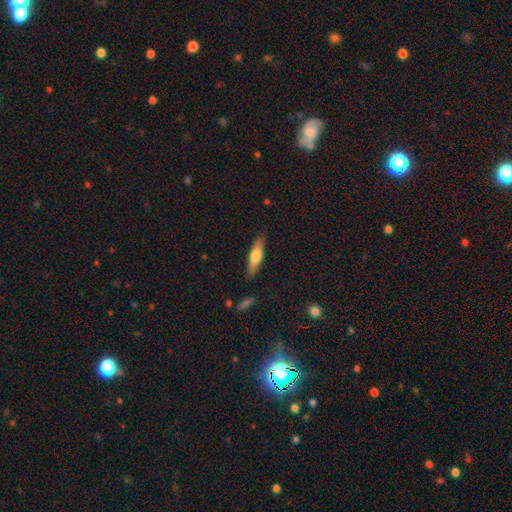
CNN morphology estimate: The model was most divided on "smooth or featured": smooth: 59%, featured or disk: 35%, star or artifact: 6%. More confident: merging — none (87%); how rounded — cigar-shaped (69%).